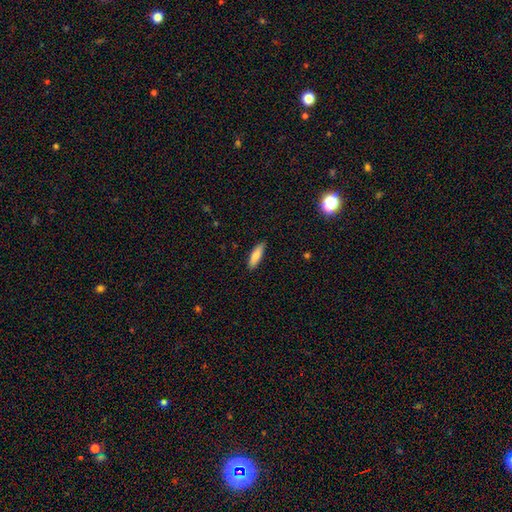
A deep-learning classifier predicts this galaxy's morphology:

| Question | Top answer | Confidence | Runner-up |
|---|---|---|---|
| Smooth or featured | smooth | 82% | featured or disk (12%) |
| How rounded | cigar-shaped | 59% | in between (39%) |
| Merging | none | 88% | minor disturbance (9%) |